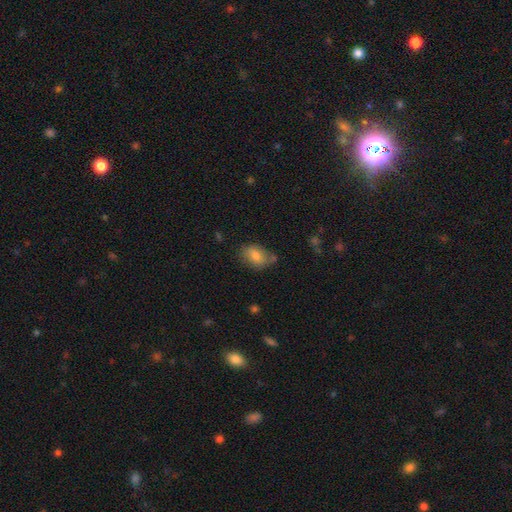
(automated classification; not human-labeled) smooth 78%, featured or disk 14%, star or artifact 8%. Down the decision tree: how rounded — in between (83%); merging — none (64%).